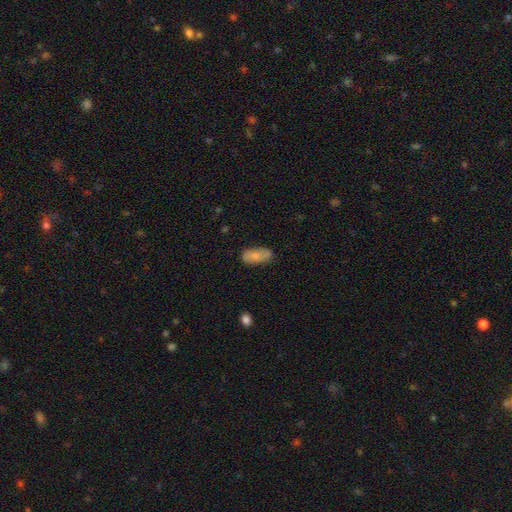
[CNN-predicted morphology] Overall: smooth (76%). How rounded: in between (83%). Merging: none (70%).